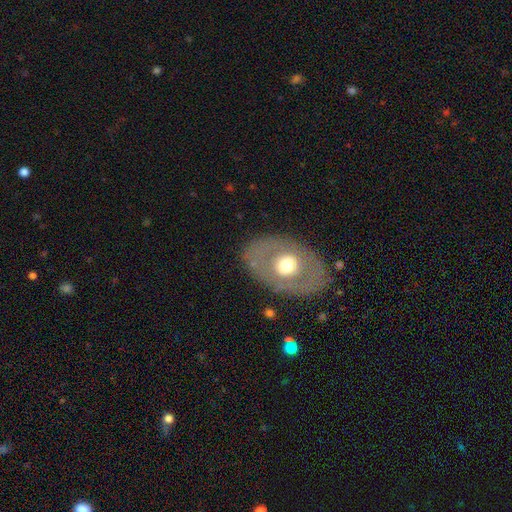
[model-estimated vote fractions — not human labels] smooth_or_featured: featured or disk (p=0.52) [alt: smooth p=0.42]
disk_edge_on: no (p=0.90) [alt: yes p=0.10]
merging: none (p=0.81) [alt: minor disturbance p=0.12]